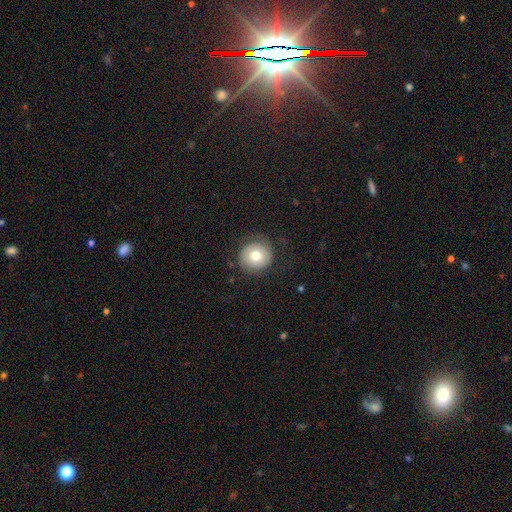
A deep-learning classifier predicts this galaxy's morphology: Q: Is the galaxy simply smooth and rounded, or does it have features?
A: smooth — 70%.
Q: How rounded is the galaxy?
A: round — 92%.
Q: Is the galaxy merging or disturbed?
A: none — 77%.